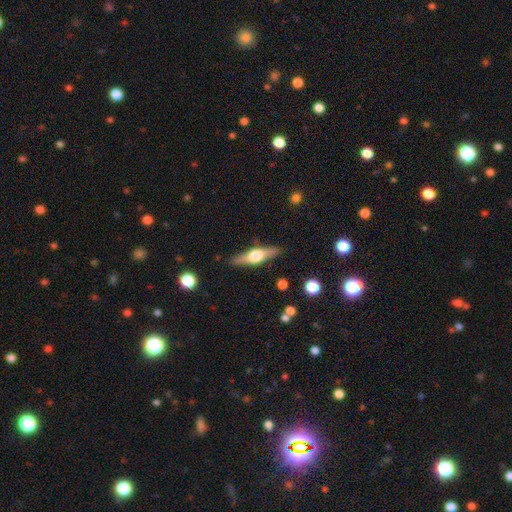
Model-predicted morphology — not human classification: This appears to be a featured or disk galaxy (63%) viewed edge-on (95%) with a rounded central bulge (93%). Merging: none (87%).